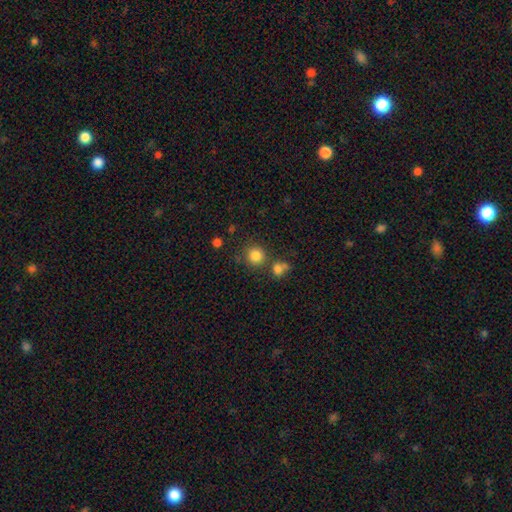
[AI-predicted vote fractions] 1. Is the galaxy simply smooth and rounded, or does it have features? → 83% smooth, 12% star or artifact, 5% featured or disk.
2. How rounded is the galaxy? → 91% round, 8% in between, 1% cigar-shaped.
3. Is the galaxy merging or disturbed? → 73% none, 14% merger, 9% minor disturbance, 4% major disturbance.